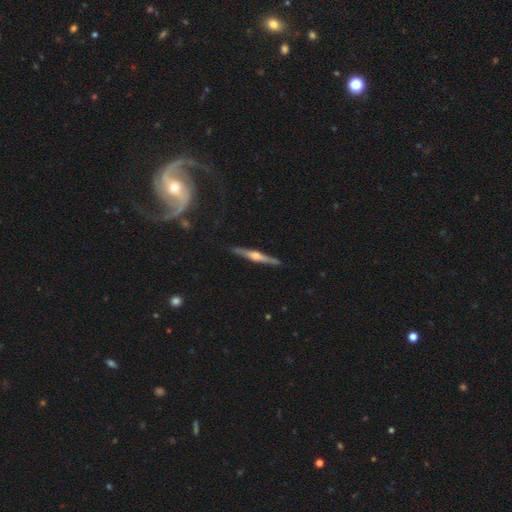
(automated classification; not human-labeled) Morphology: type=featured or disk (75%); edge-on=yes (98%); edge-on bulge=rounded (88%); merging=none (89%).